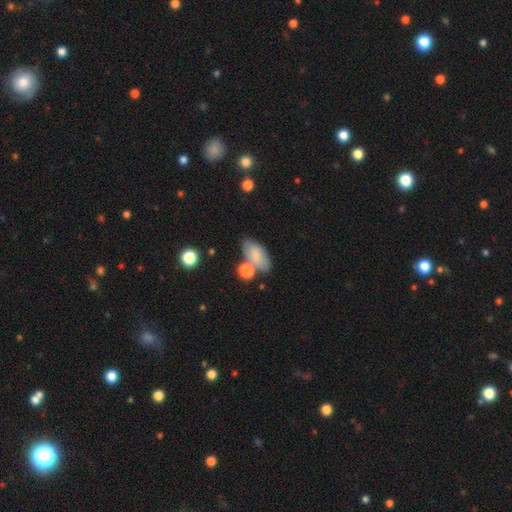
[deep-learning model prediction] A smooth galaxy with no disk features (78%) that is in between round and cigar-shaped (90%).

Vote fractions:
- Smooth or featured? smooth: 78% / featured or disk: 15% / star or artifact: 8%
- How rounded? in between: 90% / round: 5% / cigar-shaped: 5%
- Merging? none: 57% / merger: 20% / minor disturbance: 17% / major disturbance: 6%